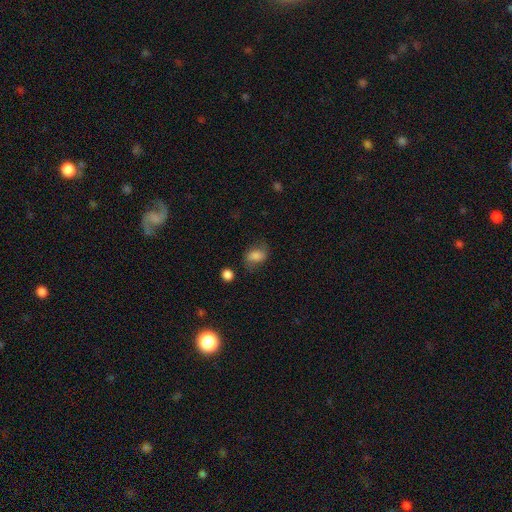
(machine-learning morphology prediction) type=smooth (74%); roundness=in between (71%); merging=none (64%).